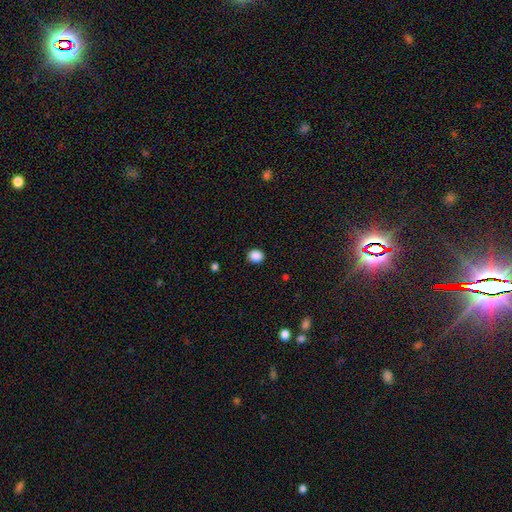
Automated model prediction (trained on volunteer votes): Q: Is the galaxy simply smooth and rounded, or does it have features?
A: smooth — 88%.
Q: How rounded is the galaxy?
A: round — 70%.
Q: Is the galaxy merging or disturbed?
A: none — 91%.